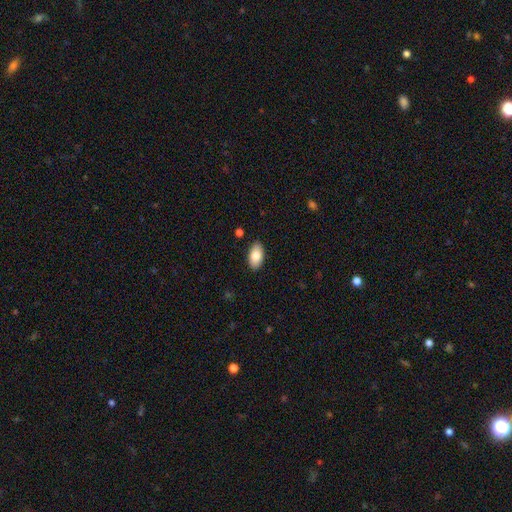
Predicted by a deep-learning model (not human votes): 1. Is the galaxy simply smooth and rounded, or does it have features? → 83% smooth, 11% featured or disk, 7% star or artifact.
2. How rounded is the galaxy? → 94% in between, 3% round, 3% cigar-shaped.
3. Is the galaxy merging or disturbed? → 89% none, 8% minor disturbance, 2% major disturbance, 1% merger.